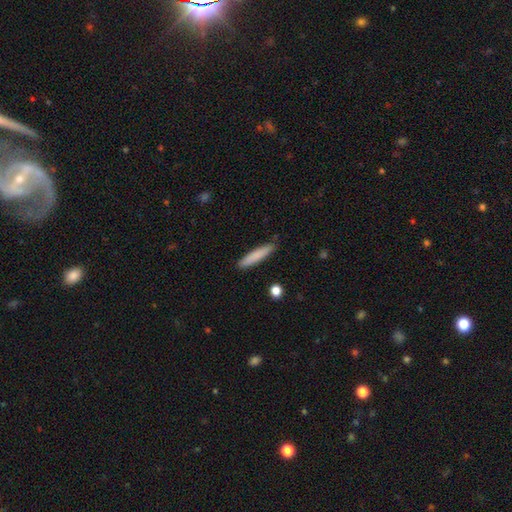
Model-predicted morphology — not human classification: Smooth or featured?
  - smooth: 81% *
  - featured or disk: 13%
  - star or artifact: 6%
How rounded?
  - cigar-shaped: 89% *
  - in between: 10%
  - round: 1%
Merging?
  - none: 87% *
  - minor disturbance: 10%
  - major disturbance: 2%
  - merger: 1%